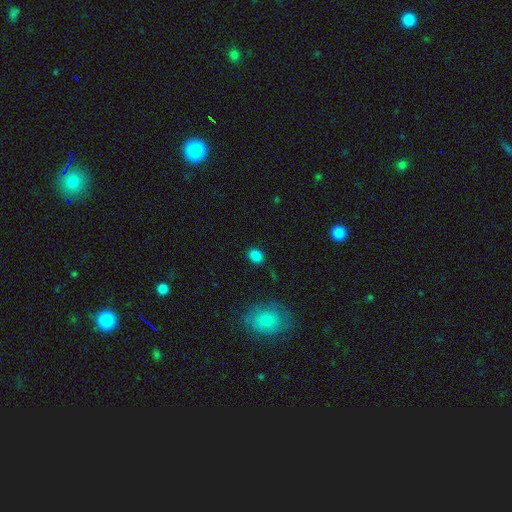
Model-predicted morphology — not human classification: Smooth or featured? Predicted: smooth (p=0.85). How rounded? Predicted: in between (p=0.57). Merging? Predicted: none (p=0.86).